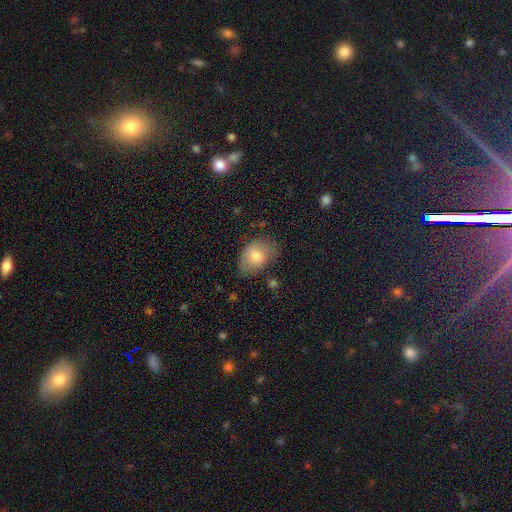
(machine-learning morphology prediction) This is likely a smooth galaxy (74%). How rounded: clearly in between (82%). Merging: likely none (61%).